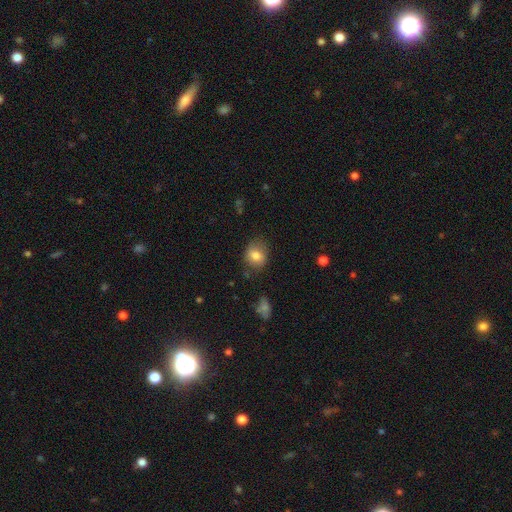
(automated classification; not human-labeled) Morphology: type=smooth (78%); roundness=round (59%); merging=none (71%).